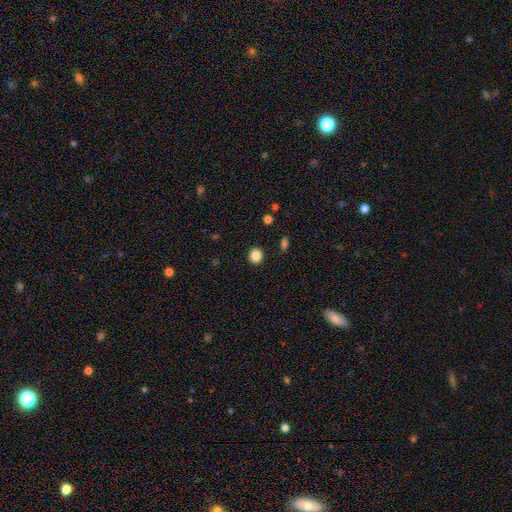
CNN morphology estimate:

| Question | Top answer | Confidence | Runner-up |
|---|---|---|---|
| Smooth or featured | smooth | 85% | star or artifact (11%) |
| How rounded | round | 84% | in between (15%) |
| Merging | none | 91% | minor disturbance (5%) |